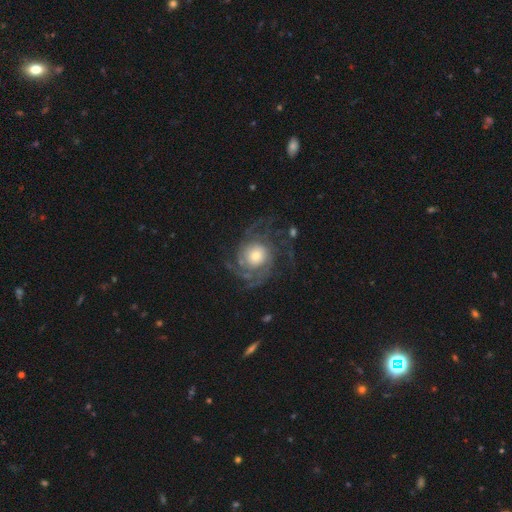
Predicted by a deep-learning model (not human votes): Q: Smooth or featured?
A: featured or disk (85%); runner-up: smooth (10%)
Q: Edge-on disk?
A: no (98%); runner-up: yes (2%)
Q: Bar?
A: no (79%); runner-up: weak (17%)
Q: Spiral arms?
A: yes (96%); runner-up: no (4%)
Q: Spiral winding?
A: tight (50%); runner-up: medium (37%)
Q: Spiral arm count?
A: 3 (26%); runner-up: can't tell (23%)
Q: Bulge size?
A: moderate (48%); runner-up: large (27%)
Q: Merging?
A: none (67%); runner-up: major disturbance (16%)